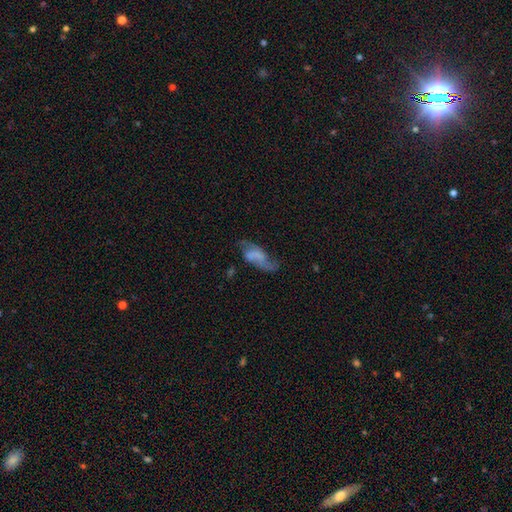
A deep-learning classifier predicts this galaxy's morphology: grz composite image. It shows a featured or disk galaxy (53%). Merging: none (41%).